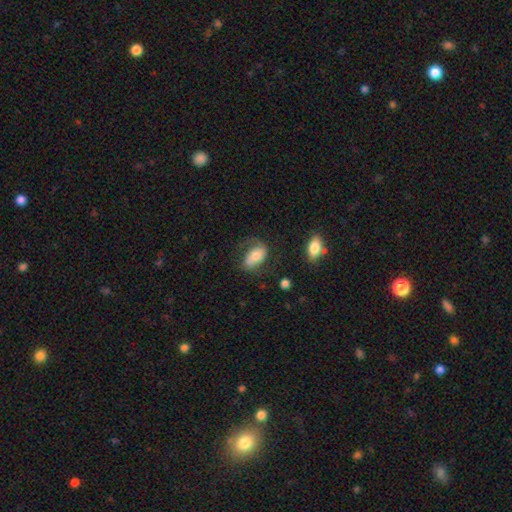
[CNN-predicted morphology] Smooth or featured?
  - smooth: 53% *
  - featured or disk: 39%
  - star or artifact: 7%
How rounded?
  - in between: 90% *
  - round: 7%
  - cigar-shaped: 3%
Merging?
  - none: 50% *
  - minor disturbance: 24%
  - major disturbance: 23%
  - merger: 3%